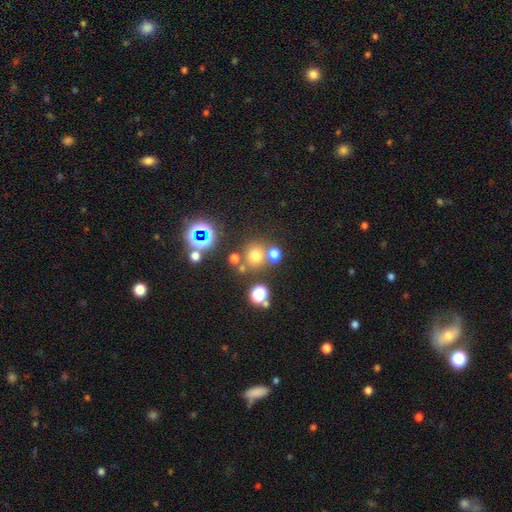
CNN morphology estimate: Q: Smooth or featured?
A: smooth (66%); runner-up: star or artifact (25%)
Q: How rounded?
A: round (88%); runner-up: in between (11%)
Q: Merging?
A: none (69%); runner-up: merger (18%)